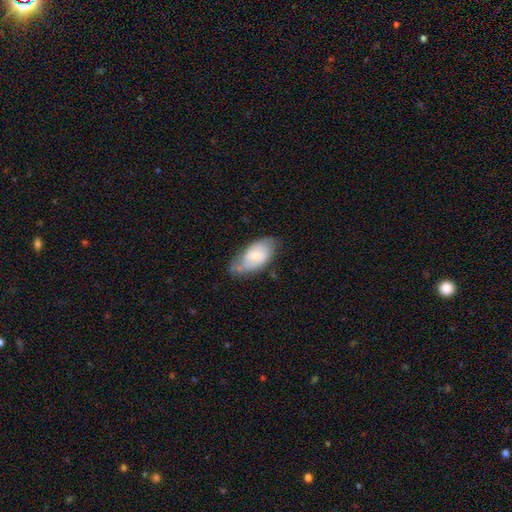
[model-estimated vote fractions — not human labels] The model was most divided on "smooth or featured": smooth: 49%, featured or disk: 45%, star or artifact: 6%. More confident: merging — none (59%).